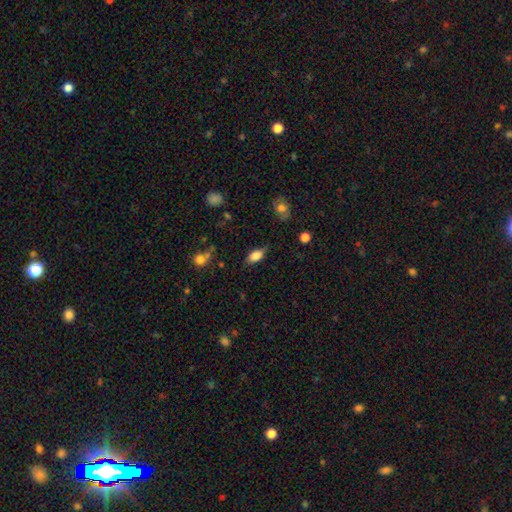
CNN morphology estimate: A smooth galaxy with no disk features (79%) that is in between round and cigar-shaped (86%).

Vote fractions:
- Smooth or featured? smooth: 79% / featured or disk: 13% / star or artifact: 8%
- How rounded? in between: 86% / cigar-shaped: 9% / round: 5%
- Merging? none: 76% / minor disturbance: 18% / major disturbance: 4% / merger: 2%